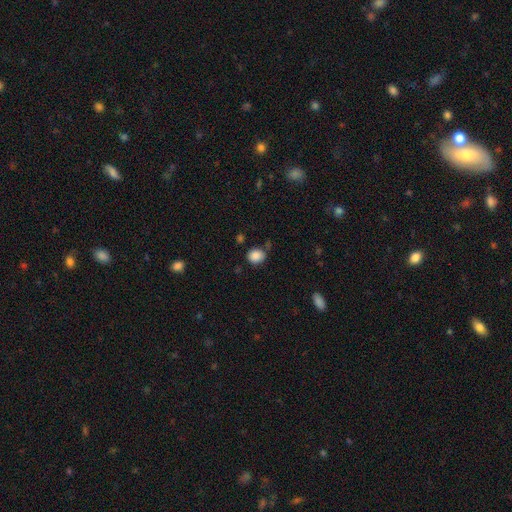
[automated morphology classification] Smooth or featured: smooth — 87% (star or artifact — 9%)
How rounded: round — 67% (in between — 32%)
Merging: none — 77% (minor disturbance — 15%)